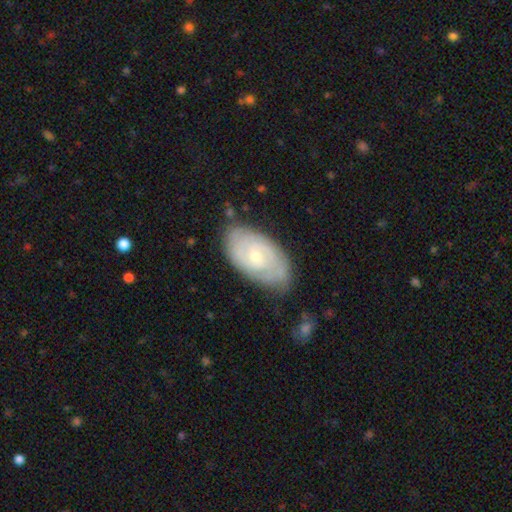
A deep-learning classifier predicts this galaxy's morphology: Q: Smooth or featured?
A: featured or disk (80%); runner-up: smooth (15%)
Q: Edge-on disk?
A: no (95%); runner-up: yes (5%)
Q: Bar?
A: no (62%); runner-up: weak (32%)
Q: Spiral arms?
A: yes (93%); runner-up: no (7%)
Q: Spiral winding?
A: tight (72%); runner-up: medium (23%)
Q: Spiral arm count?
A: 2 (52%); runner-up: can't tell (28%)
Q: Bulge size?
A: small (60%); runner-up: moderate (37%)
Q: Merging?
A: none (73%); runner-up: minor disturbance (20%)